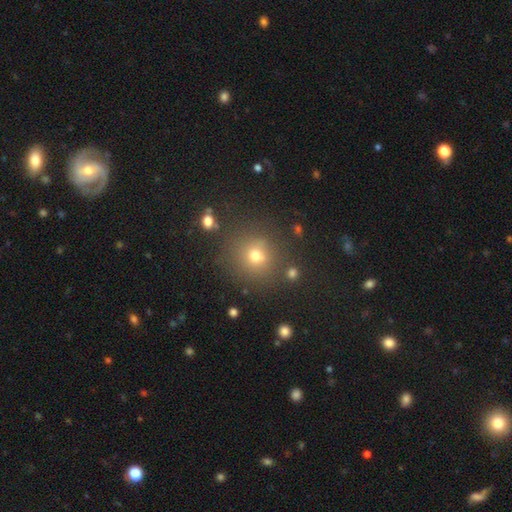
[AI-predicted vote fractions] Q: Smooth or featured?
A: smooth (70%); runner-up: star or artifact (21%)
Q: How rounded?
A: round (91%); runner-up: in between (8%)
Q: Merging?
A: none (81%); runner-up: minor disturbance (9%)